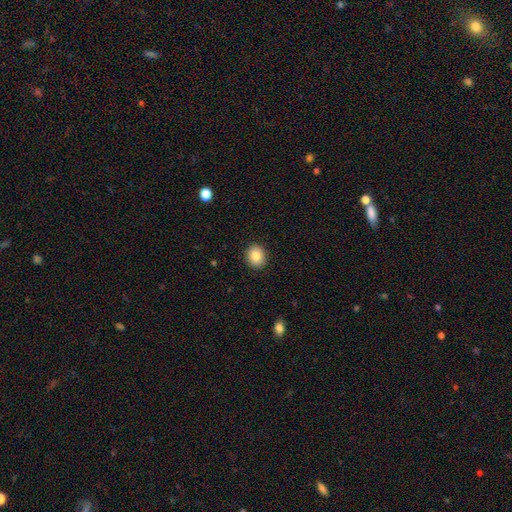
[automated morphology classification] A smooth galaxy with no disk features (85%) that is round (64%). Merging: none (91%).